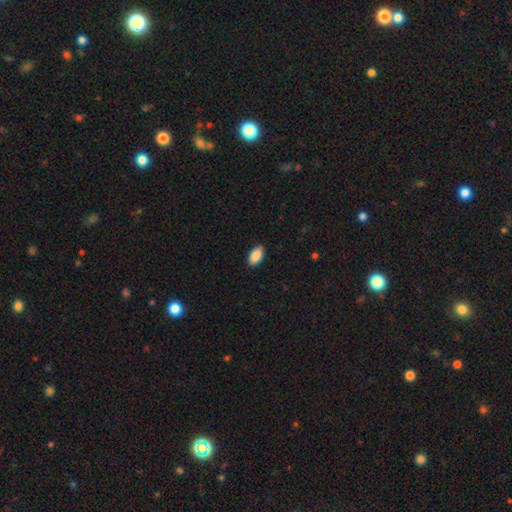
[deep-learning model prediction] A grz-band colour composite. It shows a smooth galaxy with no disk features (89%) that is in between round and cigar-shaped (94%). Merging: none (86%).